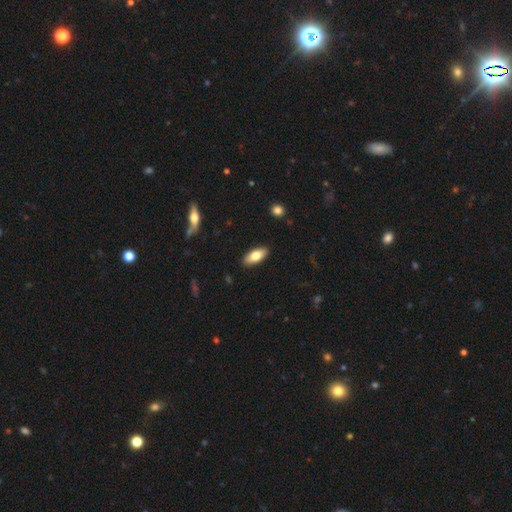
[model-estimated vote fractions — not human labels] Smooth or featured? Predicted: smooth (p=0.75). How rounded? Predicted: in between (p=0.84). Merging? Predicted: none (p=0.89).